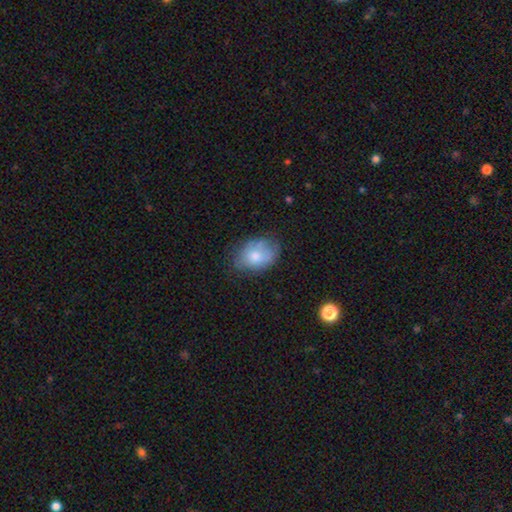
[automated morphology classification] The model was most divided on "merging": none: 62%, minor disturbance: 27%, major disturbance: 9%, merger: 2%. More confident: how rounded — in between (80%); smooth or featured — smooth (69%).